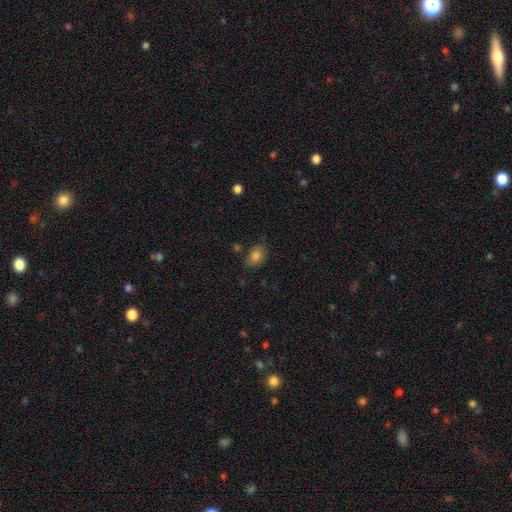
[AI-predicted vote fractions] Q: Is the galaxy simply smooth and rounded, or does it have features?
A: smooth — 82%.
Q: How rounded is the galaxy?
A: in between — 80%.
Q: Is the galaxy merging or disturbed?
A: none — 77%.